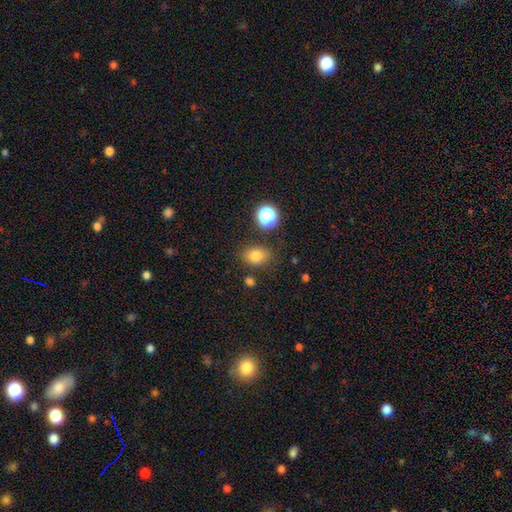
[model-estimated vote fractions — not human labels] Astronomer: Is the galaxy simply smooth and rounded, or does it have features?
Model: smooth — 78%.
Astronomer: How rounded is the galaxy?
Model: in between — 60% (runner-up: round, 39%).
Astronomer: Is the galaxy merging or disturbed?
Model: none — 78%.